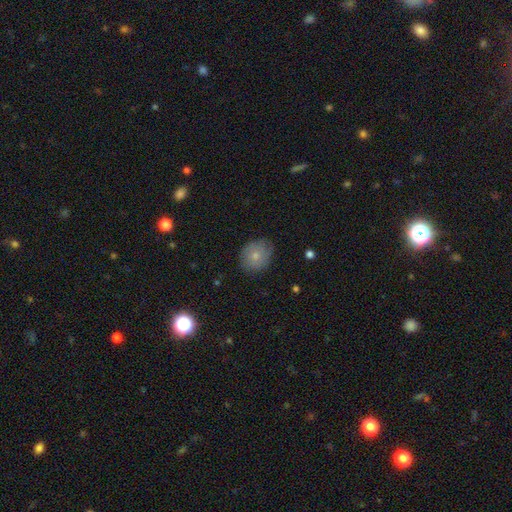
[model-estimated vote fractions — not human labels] A smooth galaxy with no disk features (74%) that is round (74%).

Vote fractions:
- Smooth or featured? smooth: 74% / featured or disk: 18% / star or artifact: 8%
- How rounded? round: 74% / in between: 25% / cigar-shaped: 1%
- Merging? none: 76% / minor disturbance: 19% / major disturbance: 4% / merger: 1%